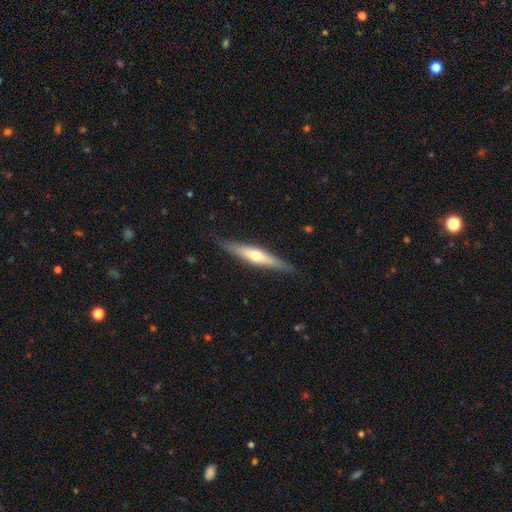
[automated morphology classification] Smooth or featured: featured or disk — 58% (smooth — 37%)
Edge-on disk: yes — 92% (no — 8%)
Edge-on bulge: rounded — 86% (none — 10%)
Merging: none — 85% (minor disturbance — 11%)